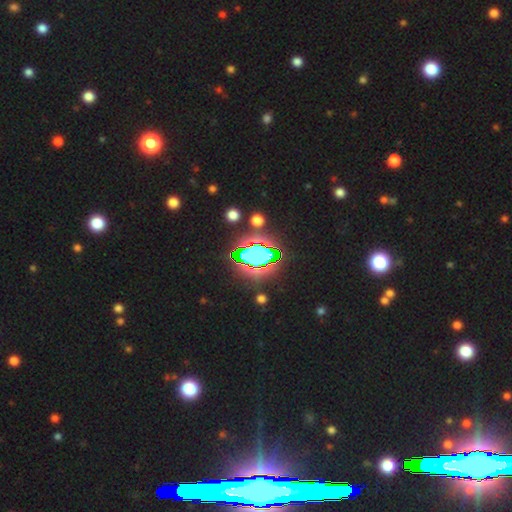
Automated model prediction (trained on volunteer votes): Smooth or featured? Predicted: star or artifact (p=0.63).